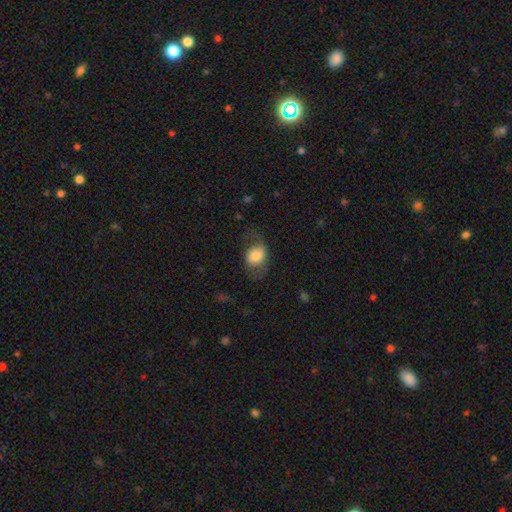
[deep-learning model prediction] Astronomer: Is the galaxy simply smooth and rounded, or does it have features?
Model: smooth — 69%.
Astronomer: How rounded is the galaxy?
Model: in between — 67%.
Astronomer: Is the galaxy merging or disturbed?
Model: none — 51%.